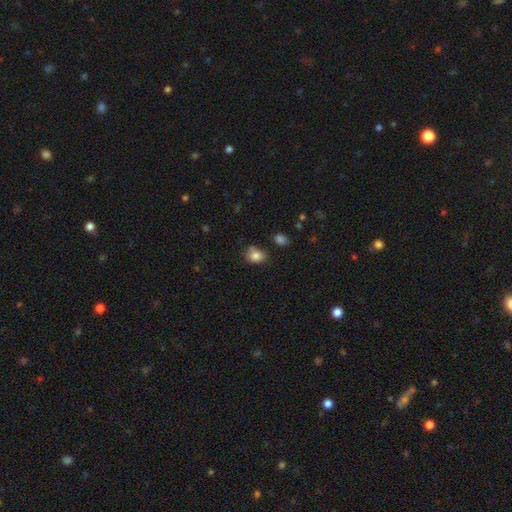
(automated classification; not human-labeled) Smooth or featured?
  - smooth: 83% *
  - star or artifact: 10%
  - featured or disk: 7%
How rounded?
  - in between: 54% *
  - round: 45%
  - cigar-shaped: 1%
Merging?
  - none: 60% *
  - minor disturbance: 25%
  - merger: 9%
  - major disturbance: 6%